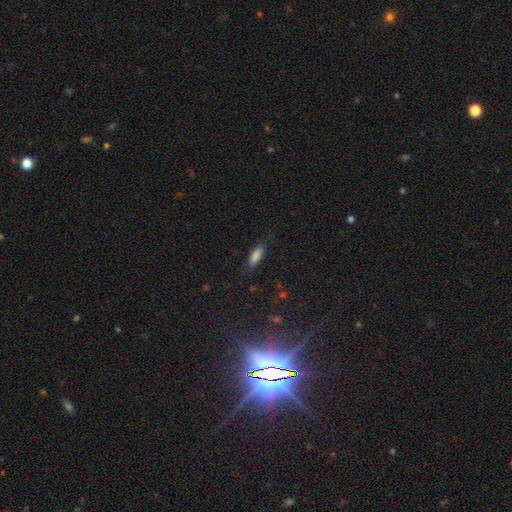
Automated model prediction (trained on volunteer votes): This is clearly a smooth galaxy (82%). How rounded: likely in between (65%). Merging: likely none (79%).